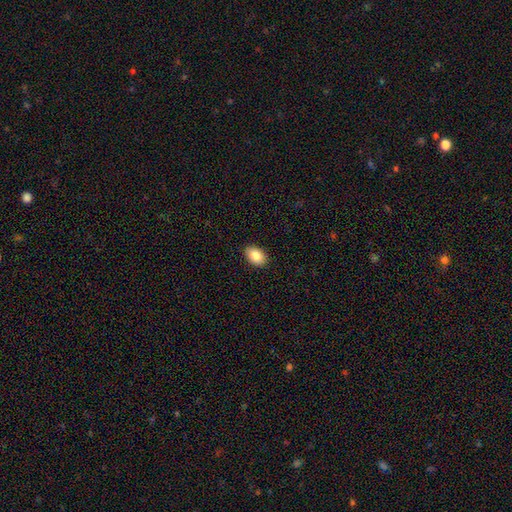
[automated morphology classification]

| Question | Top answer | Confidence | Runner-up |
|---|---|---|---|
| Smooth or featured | smooth | 86% | star or artifact (7%) |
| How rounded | in between | 87% | round (12%) |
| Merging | none | 90% | minor disturbance (7%) |